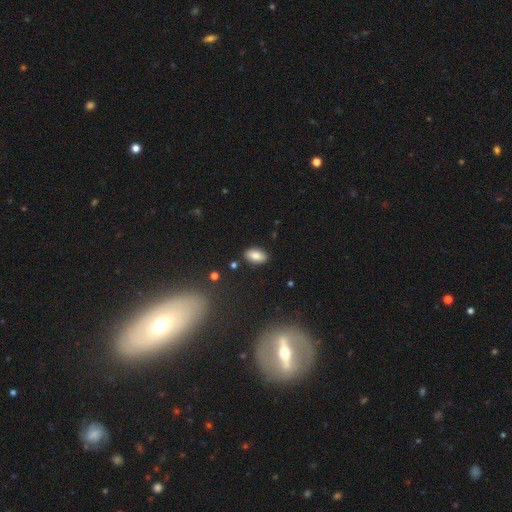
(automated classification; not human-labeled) The model was most divided on "smooth or featured": smooth: 83%, star or artifact: 9%, featured or disk: 8%. More confident: how rounded — in between (93%); merging — none (87%).